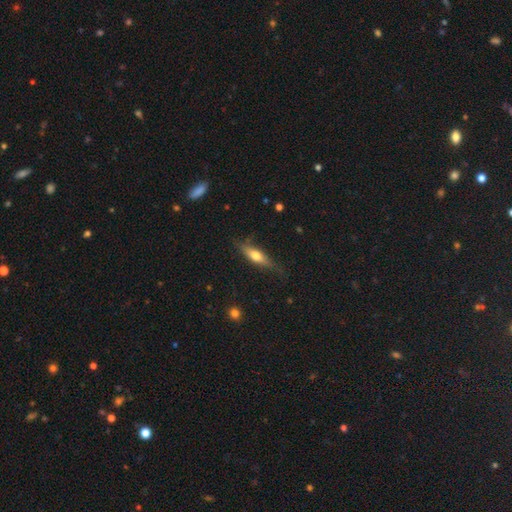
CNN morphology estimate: This is possibly a smooth galaxy (55%). How rounded: possibly cigar-shaped (59%). Merging: likely none (71%).